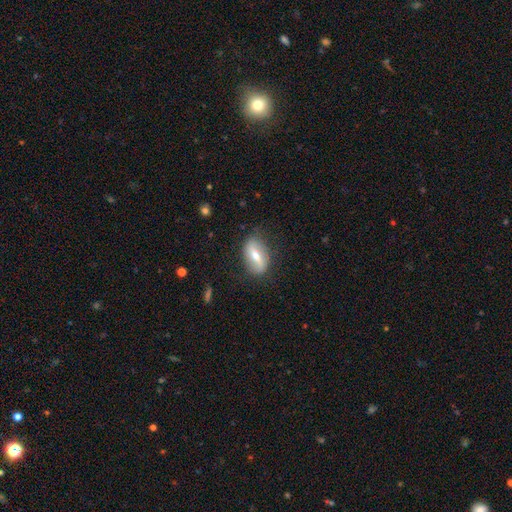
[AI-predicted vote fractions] Smooth or featured?
  - featured or disk: 48% *
  - smooth: 45%
  - star or artifact: 7%
Merging?
  - none: 74% *
  - minor disturbance: 19%
  - major disturbance: 6%
  - merger: 2%